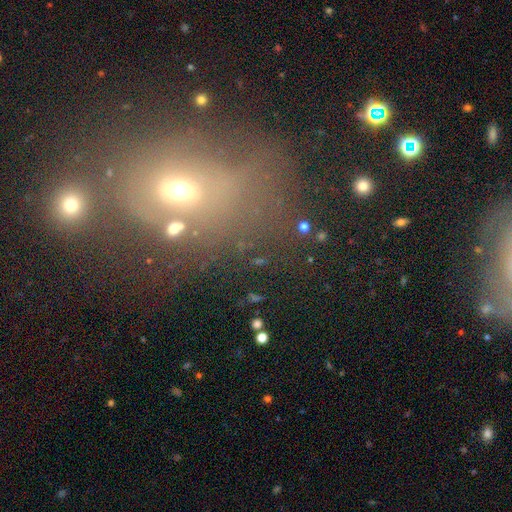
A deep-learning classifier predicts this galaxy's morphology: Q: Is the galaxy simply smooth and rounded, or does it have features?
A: smooth — 42%.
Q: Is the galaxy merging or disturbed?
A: none — 53%.